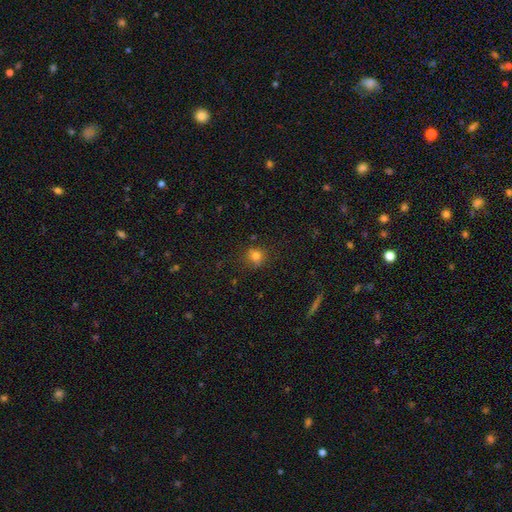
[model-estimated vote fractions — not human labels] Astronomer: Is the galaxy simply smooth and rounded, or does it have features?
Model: smooth — 76%.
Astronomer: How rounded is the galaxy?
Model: round — 83%.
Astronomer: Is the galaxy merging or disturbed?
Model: none — 76%.